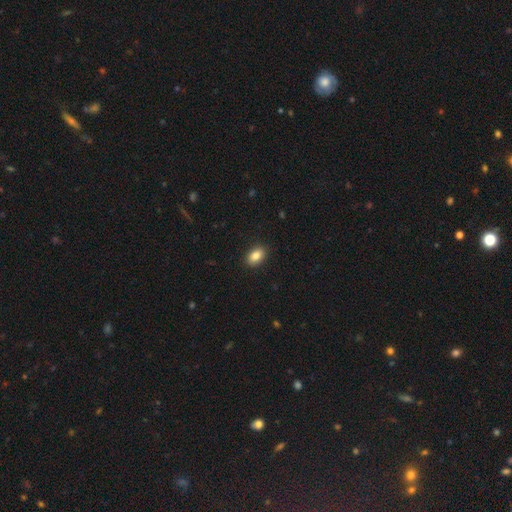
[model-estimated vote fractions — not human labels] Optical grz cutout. It shows a smooth galaxy with no disk features (85%) that is in between round and cigar-shaped (86%). Merging: none (90%).